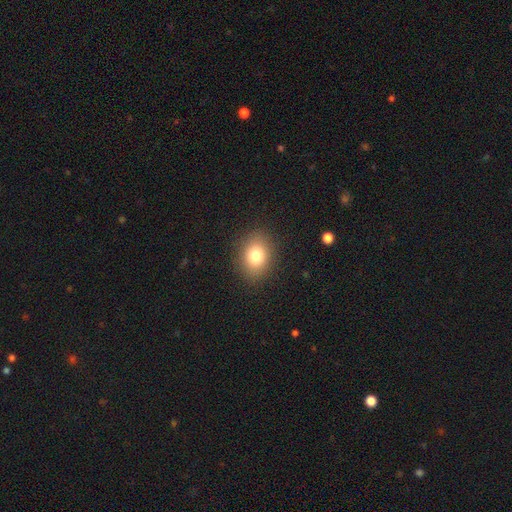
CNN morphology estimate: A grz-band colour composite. It shows a smooth galaxy with no disk features (80%) that is in between round and cigar-shaped (62%). Merging: none (88%).